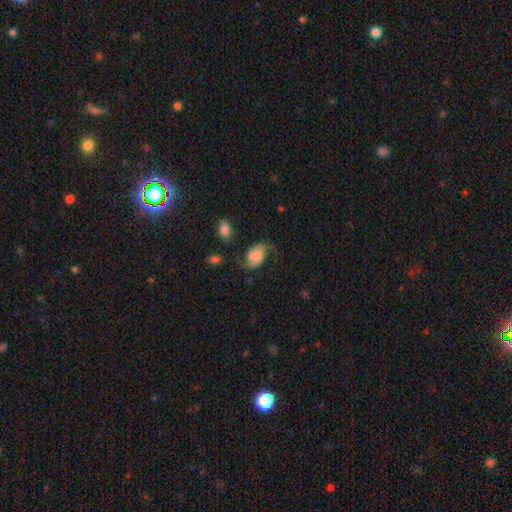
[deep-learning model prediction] Overall: featured or disk (60%; smooth 31%). Edge-on disk: no (97%). Bar: no (57%; weak 34%). Spiral arms: yes (93%). Spiral arm count: 2 (87%). Spiral winding: loose (57%; medium 33%). Bulge size: none (35%; small 20%). Merging: none (54%; minor disturbance 24%).